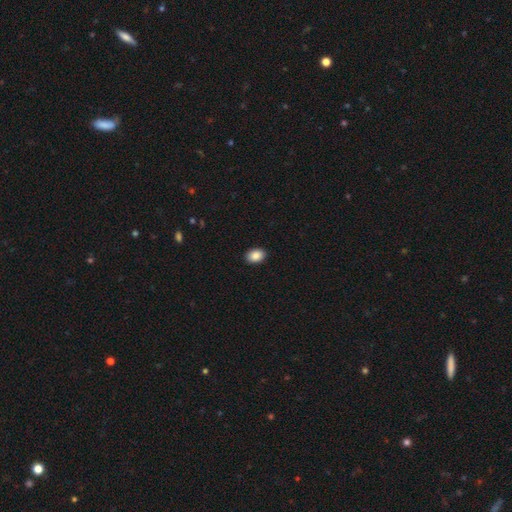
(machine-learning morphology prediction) smooth 88%, star or artifact 8%, featured or disk 4%. Down the decision tree: how rounded — in between (78%); merging — none (91%).